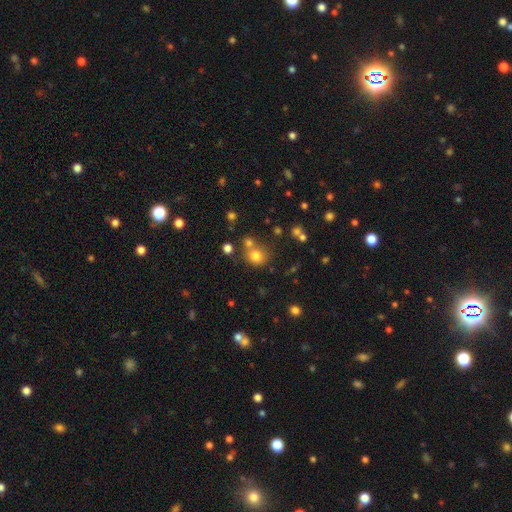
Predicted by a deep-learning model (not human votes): smooth-or-featured: smooth: 75% | star or artifact: 16% | featured or disk: 9%
  how-rounded: round: 82% | in between: 17% | cigar-shaped: 1%
  merging: none: 59% | merger: 25% | minor disturbance: 12% | major disturbance: 5%